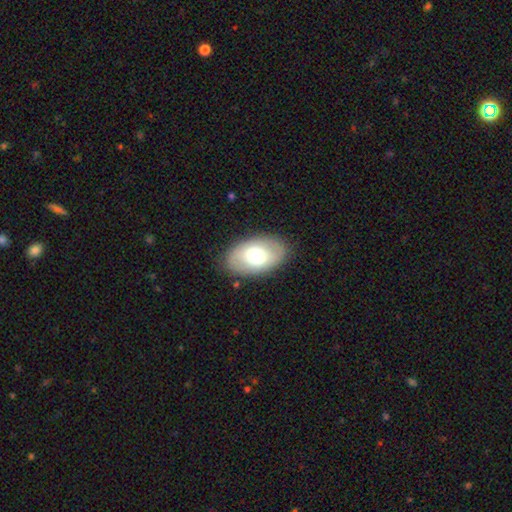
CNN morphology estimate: Overall: smooth (64%; featured or disk 29%). How rounded: in between (90%). Merging: none (85%).